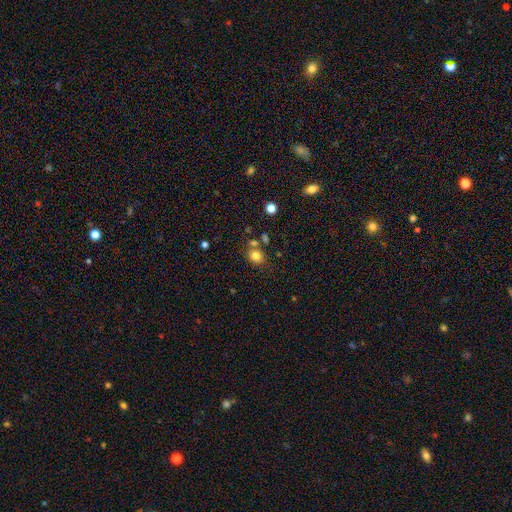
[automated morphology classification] A smooth galaxy with no disk features (80%) that is round (65%).

Vote fractions:
- Smooth or featured? smooth: 80% / star or artifact: 13% / featured or disk: 7%
- How rounded? round: 65% / in between: 34% / cigar-shaped: 1%
- Merging? none: 71% / merger: 14% / minor disturbance: 12% / major disturbance: 4%